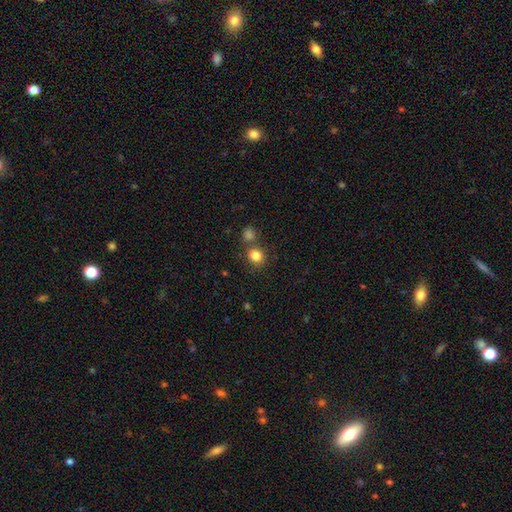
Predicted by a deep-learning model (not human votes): A smooth galaxy with no disk features (82%) that is round (76%).

Vote fractions:
- Smooth or featured? smooth: 82% / star or artifact: 12% / featured or disk: 6%
- How rounded? round: 76% / in between: 23% / cigar-shaped: 1%
- Merging? none: 69% / merger: 19% / minor disturbance: 9% / major disturbance: 3%